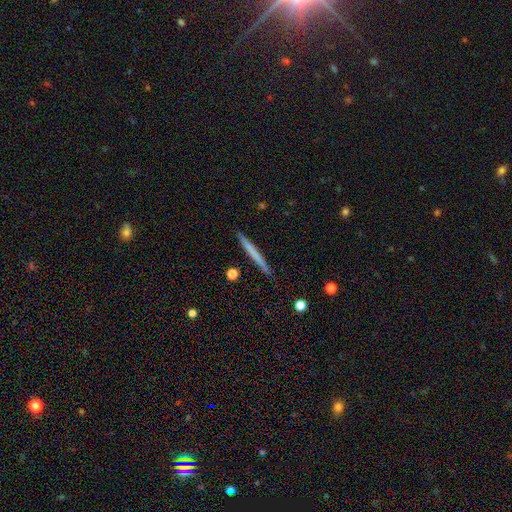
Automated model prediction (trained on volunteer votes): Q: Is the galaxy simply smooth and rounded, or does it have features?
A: smooth — 62%.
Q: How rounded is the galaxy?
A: cigar-shaped — 97%.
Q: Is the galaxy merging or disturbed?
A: none — 90%.